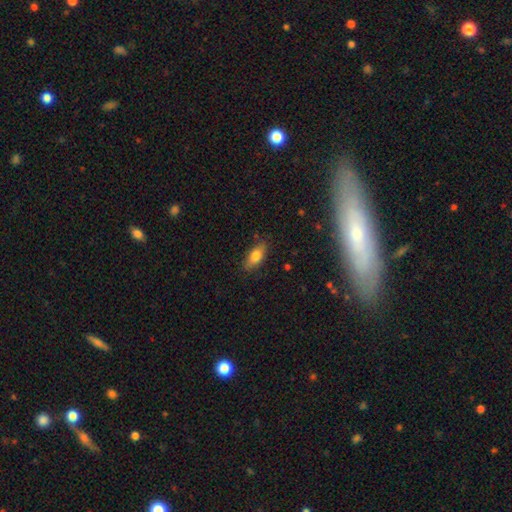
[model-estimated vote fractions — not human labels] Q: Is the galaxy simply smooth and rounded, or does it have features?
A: smooth — 78%.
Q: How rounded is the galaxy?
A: in between — 82%.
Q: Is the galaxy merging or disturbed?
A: none — 82%.